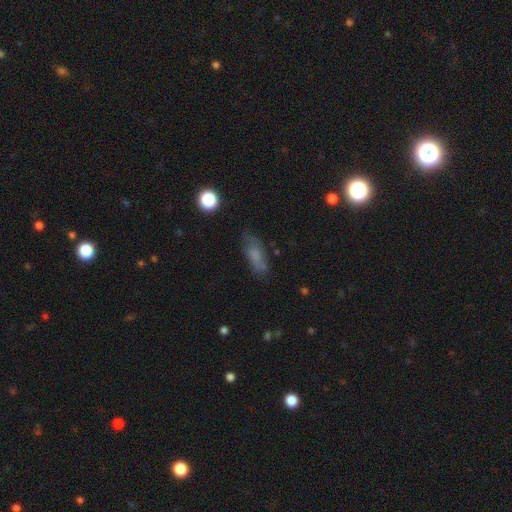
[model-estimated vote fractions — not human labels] A smooth galaxy with no disk features (63%) that is in between round and cigar-shaped (66%).

Vote fractions:
- Smooth or featured? smooth: 63% / featured or disk: 24% / star or artifact: 13%
- How rounded? in between: 66% / cigar-shaped: 30% / round: 5%
- Merging? none: 70% / minor disturbance: 20% / major disturbance: 7% / merger: 3%